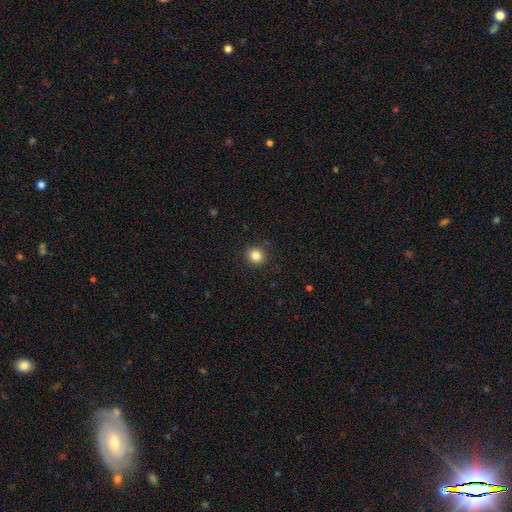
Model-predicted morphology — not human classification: smooth 84%, star or artifact 11%, featured or disk 5%. Down the decision tree: how rounded — round (87%); merging — none (91%).